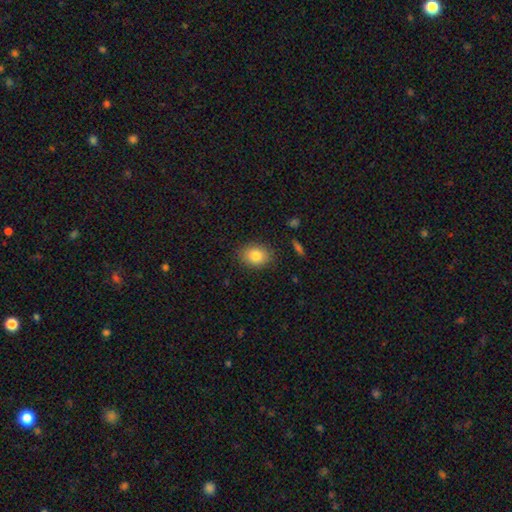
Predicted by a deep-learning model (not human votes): Smooth or featured?
  - smooth: 83% *
  - star or artifact: 9%
  - featured or disk: 8%
How rounded?
  - in between: 60% *
  - round: 39%
  - cigar-shaped: 1%
Merging?
  - none: 87% *
  - minor disturbance: 9%
  - major disturbance: 3%
  - merger: 1%